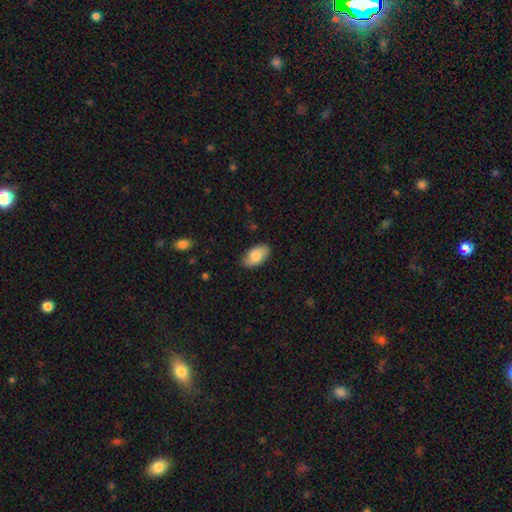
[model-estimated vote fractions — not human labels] Smooth or featured?
  - smooth: 83% *
  - featured or disk: 11%
  - star or artifact: 6%
How rounded?
  - in between: 95% *
  - round: 4%
  - cigar-shaped: 2%
Merging?
  - none: 85% *
  - minor disturbance: 12%
  - major disturbance: 2%
  - merger: 1%